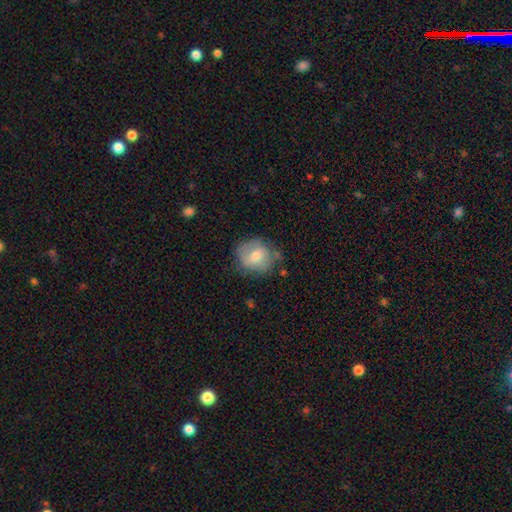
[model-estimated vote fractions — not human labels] This appears to be a smooth galaxy with no disk features (62%) that is round (72%). Merging: none (64%).